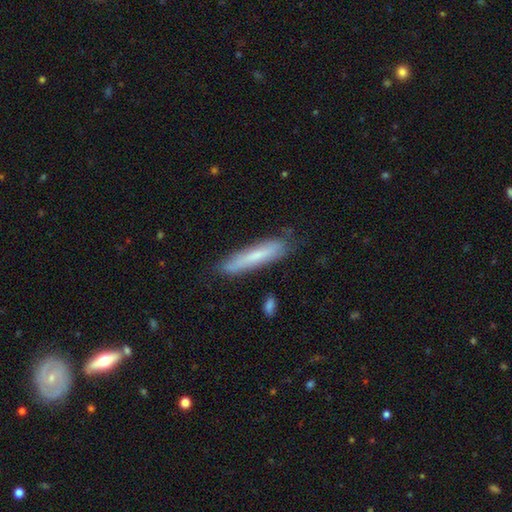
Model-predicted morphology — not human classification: Smooth or featured?
  - smooth: 63% *
  - featured or disk: 31%
  - star or artifact: 7%
How rounded?
  - cigar-shaped: 87% *
  - in between: 12%
  - round: 1%
Merging?
  - none: 76% *
  - minor disturbance: 18%
  - major disturbance: 4%
  - merger: 2%